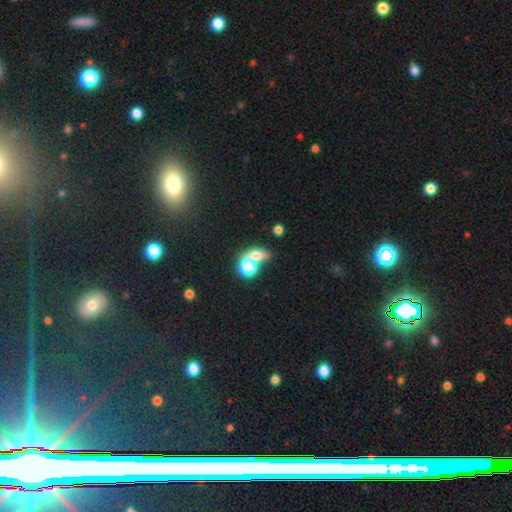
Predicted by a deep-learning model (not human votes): Smooth or featured?
  - smooth: 62% *
  - star or artifact: 23%
  - featured or disk: 14%
How rounded?
  - in between: 60% *
  - round: 35%
  - cigar-shaped: 6%
Merging?
  - none: 46% *
  - merger: 38%
  - minor disturbance: 9%
  - major disturbance: 6%